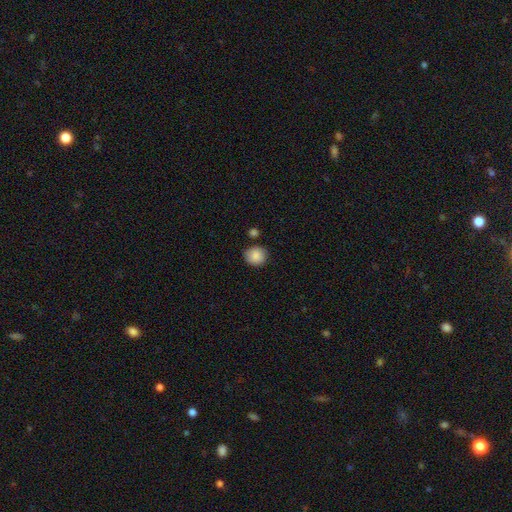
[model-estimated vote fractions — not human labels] Smooth or featured?
  - smooth: 88% *
  - star or artifact: 8%
  - featured or disk: 4%
How rounded?
  - round: 83% *
  - in between: 16%
  - cigar-shaped: 1%
Merging?
  - none: 80% *
  - minor disturbance: 12%
  - merger: 5%
  - major disturbance: 3%